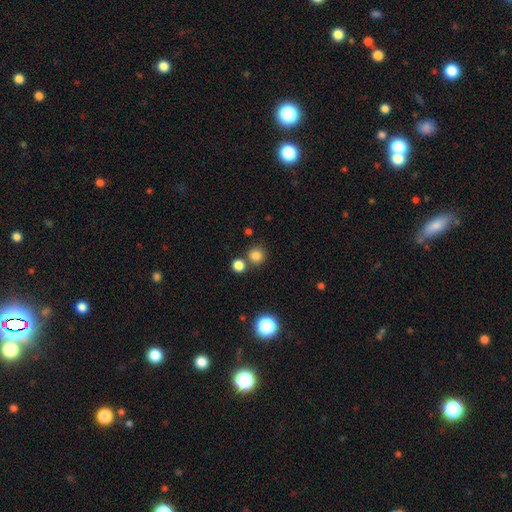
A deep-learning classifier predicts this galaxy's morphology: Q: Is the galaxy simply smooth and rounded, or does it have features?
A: smooth — 81%.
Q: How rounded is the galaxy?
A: round — 92%.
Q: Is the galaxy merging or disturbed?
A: none — 74%.